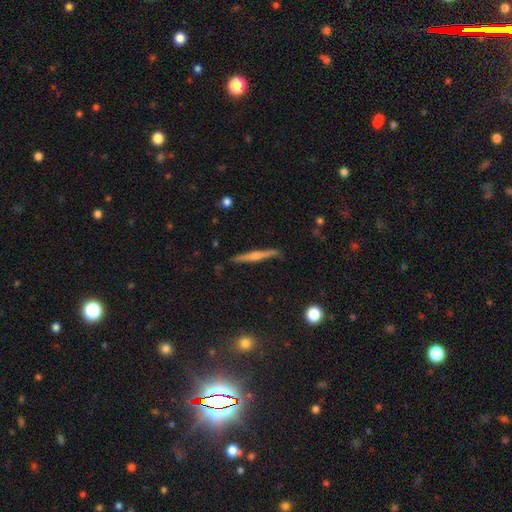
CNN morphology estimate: Smooth or featured? Predicted: featured or disk (p=0.60). Edge-on disk? Predicted: yes (p=0.97). Edge-on bulge? Predicted: rounded (p=0.63). Merging? Predicted: none (p=0.87).